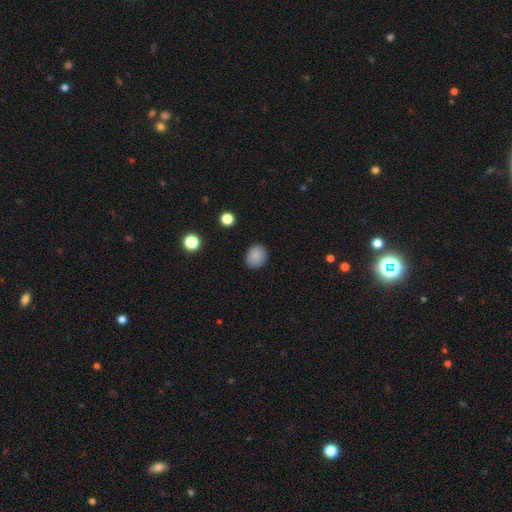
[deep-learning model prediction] Morphology: type=smooth (87%); roundness=round (64%); merging=none (87%).